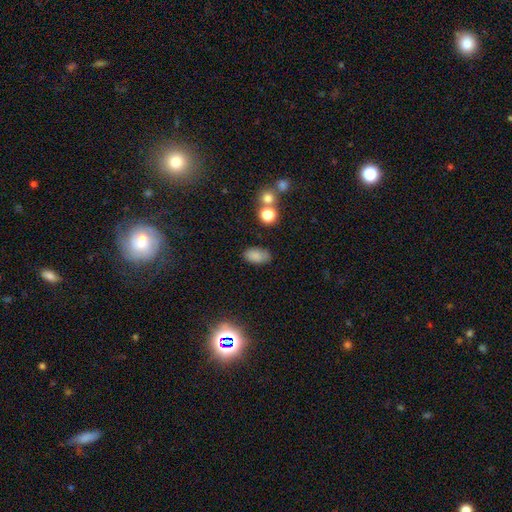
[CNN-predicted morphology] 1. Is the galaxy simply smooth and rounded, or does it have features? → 82% smooth, 11% star or artifact, 7% featured or disk.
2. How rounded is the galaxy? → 91% in between, 7% round, 2% cigar-shaped.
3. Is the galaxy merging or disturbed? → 77% none, 15% minor disturbance, 4% major disturbance, 4% merger.